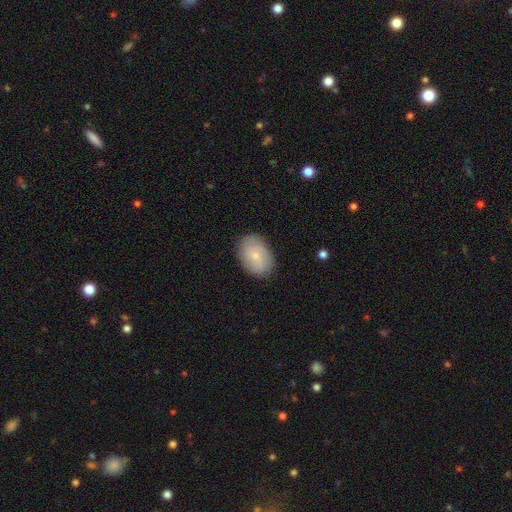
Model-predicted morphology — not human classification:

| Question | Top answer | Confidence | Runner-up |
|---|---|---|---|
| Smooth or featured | smooth | 71% | featured or disk (22%) |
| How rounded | in between | 80% | round (19%) |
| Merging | none | 85% | minor disturbance (11%) |